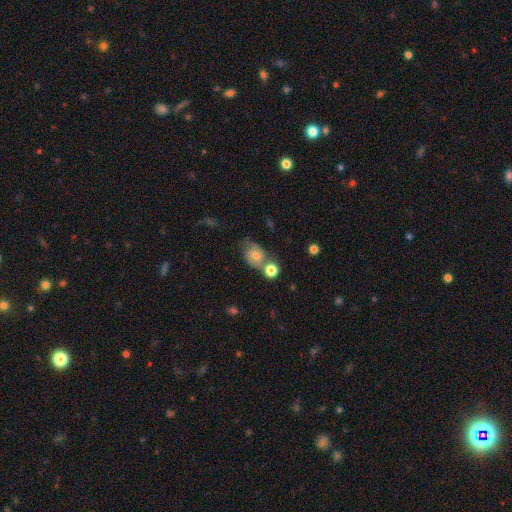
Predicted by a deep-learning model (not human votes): smooth_or_featured: smooth (p=0.58) [alt: featured or disk p=0.31]
how_rounded: in between (p=0.50) [alt: round p=0.48]
merging: none (p=0.44) [alt: merger p=0.30]